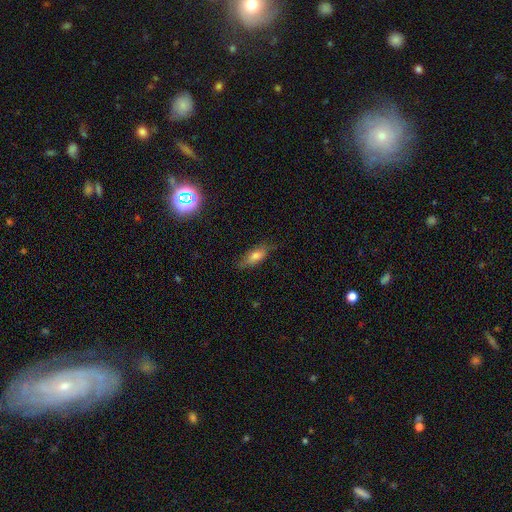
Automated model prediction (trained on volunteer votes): smooth_or_featured: smooth (p=0.72) [alt: featured or disk p=0.19]
how_rounded: in between (p=0.70) [alt: cigar-shaped p=0.27]
merging: none (p=0.73) [alt: minor disturbance p=0.21]